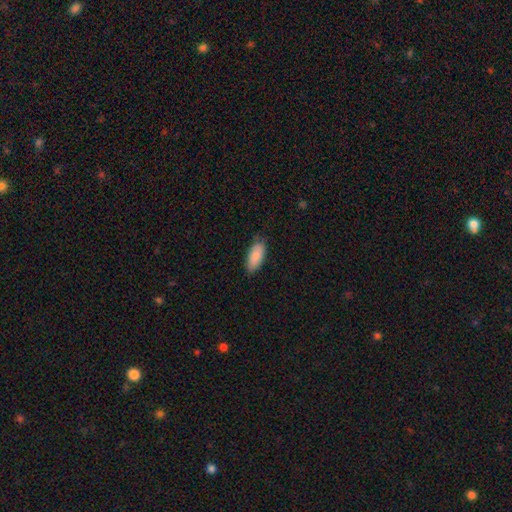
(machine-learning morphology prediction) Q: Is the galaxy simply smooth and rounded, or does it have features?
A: smooth — 87%.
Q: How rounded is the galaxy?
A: in between — 85%.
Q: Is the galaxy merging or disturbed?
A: none — 77%.